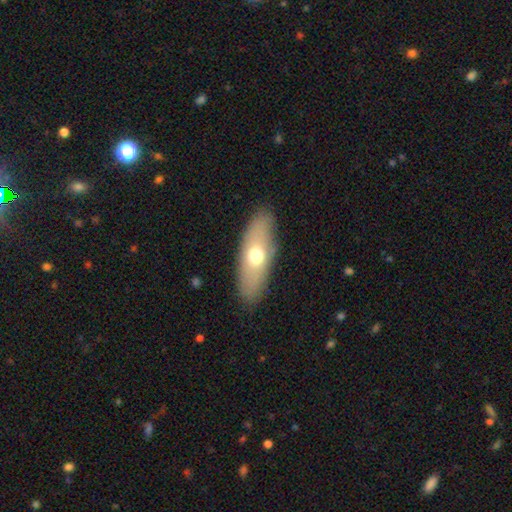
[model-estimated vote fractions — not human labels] Smooth or featured: smooth — 60% (featured or disk — 33%)
How rounded: in between — 69% (cigar-shaped — 26%)
Merging: none — 85% (minor disturbance — 10%)